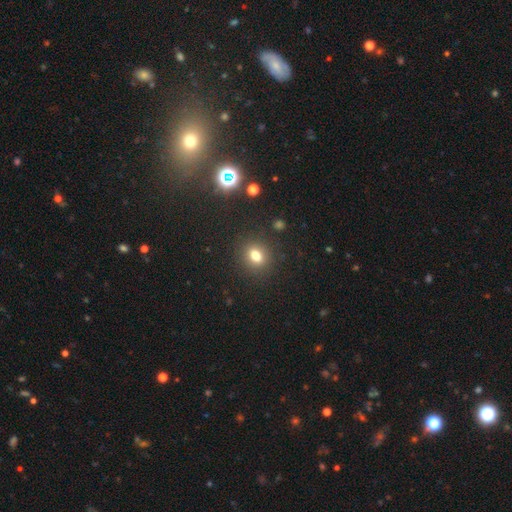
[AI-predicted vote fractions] Smooth or featured? Predicted: smooth (p=0.77). How rounded? Predicted: round (p=0.65). Merging? Predicted: none (p=0.88).